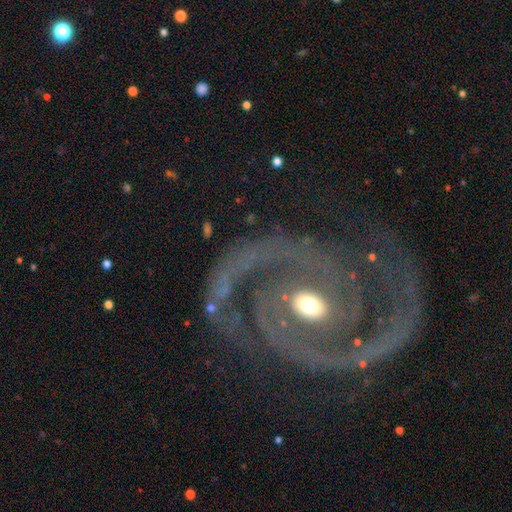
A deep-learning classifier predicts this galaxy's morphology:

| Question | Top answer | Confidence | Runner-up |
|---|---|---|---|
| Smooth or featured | featured or disk | 93% | star or artifact (4%) |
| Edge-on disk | no | 98% | yes (2%) |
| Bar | no | 50% | weak (32%) |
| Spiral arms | yes | 98% | no (2%) |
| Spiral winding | medium | 48% | tight (41%) |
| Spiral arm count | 2 | 88% | 3 (3%) |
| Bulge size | moderate | 67% | small (25%) |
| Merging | none | 77% | minor disturbance (13%) |